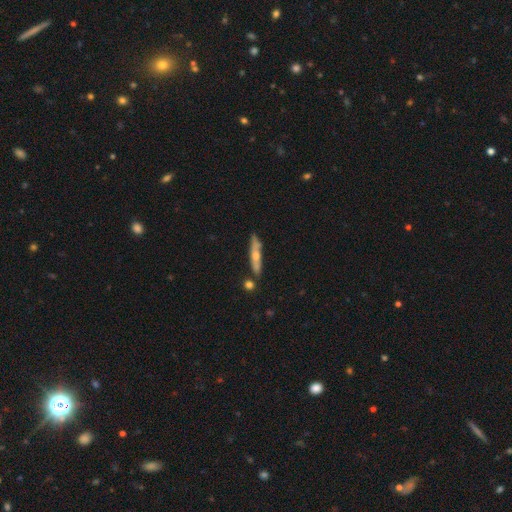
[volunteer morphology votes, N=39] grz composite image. It shows a smooth galaxy with no disk features (49%, tied with featured or disk) that is cigar-shaped (95%). Merging: none (68%).